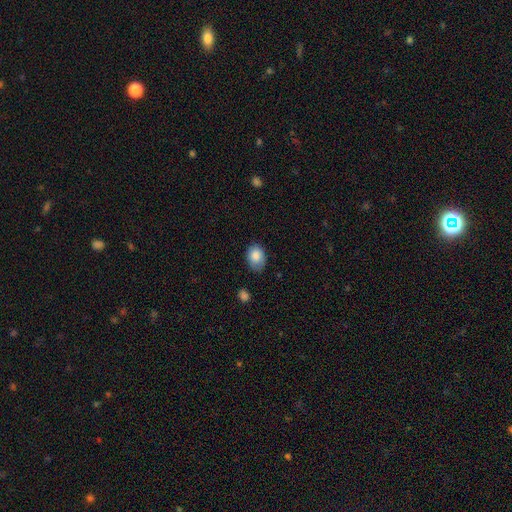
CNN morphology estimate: Q: Smooth or featured?
A: smooth (85%); runner-up: star or artifact (8%)
Q: How rounded?
A: in between (74%); runner-up: round (25%)
Q: Merging?
A: none (71%); runner-up: minor disturbance (23%)